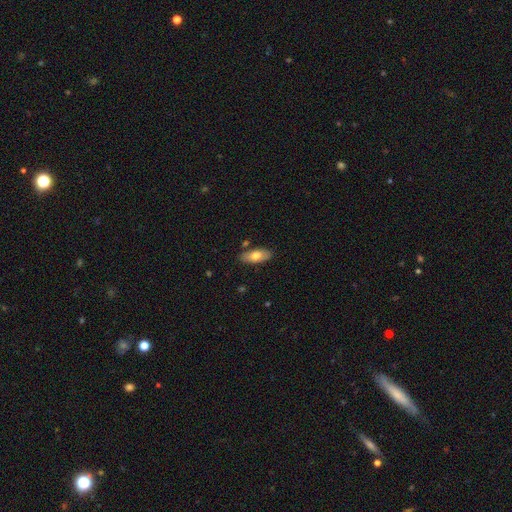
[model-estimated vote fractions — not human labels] Overall: smooth (72%). How rounded: in between (85%). Merging: none (83%).